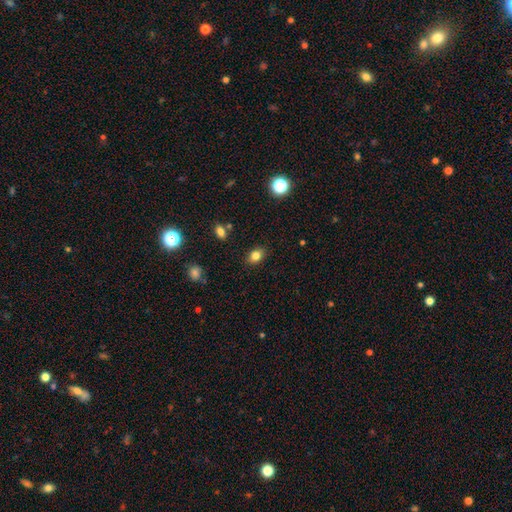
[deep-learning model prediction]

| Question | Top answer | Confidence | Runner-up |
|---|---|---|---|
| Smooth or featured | smooth | 82% | star or artifact (11%) |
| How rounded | in between | 70% | round (28%) |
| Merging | none | 86% | minor disturbance (10%) |